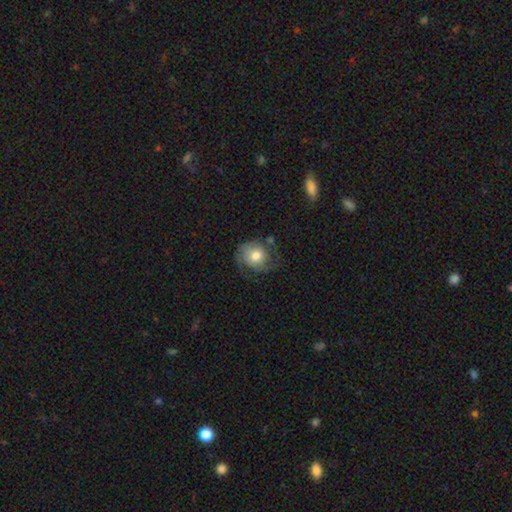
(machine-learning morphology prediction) Smooth or featured: smooth — 47% (featured or disk — 46%)
Merging: none — 52% (minor disturbance — 25%)